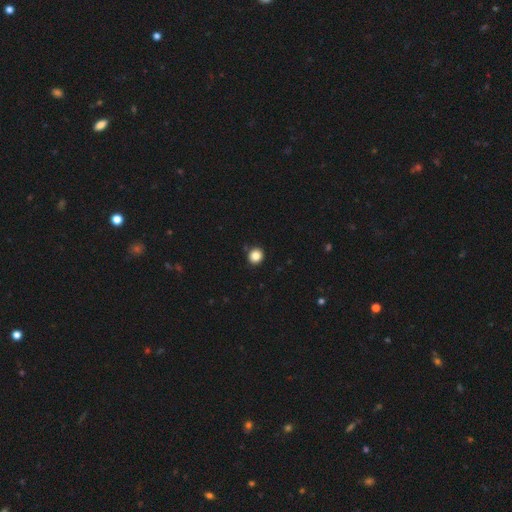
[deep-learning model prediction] Smooth or featured? smooth (85%)
How rounded? round (86%)
Merging? none (91%)